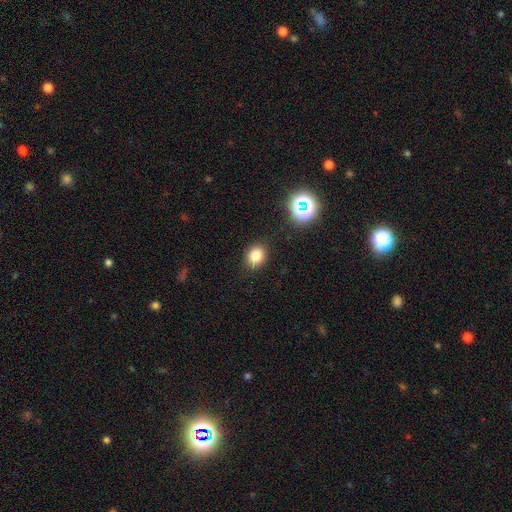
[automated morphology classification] Smooth or featured: smooth — 80% (star or artifact — 14%)
How rounded: round — 54% (in between — 45%)
Merging: none — 86% (minor disturbance — 10%)